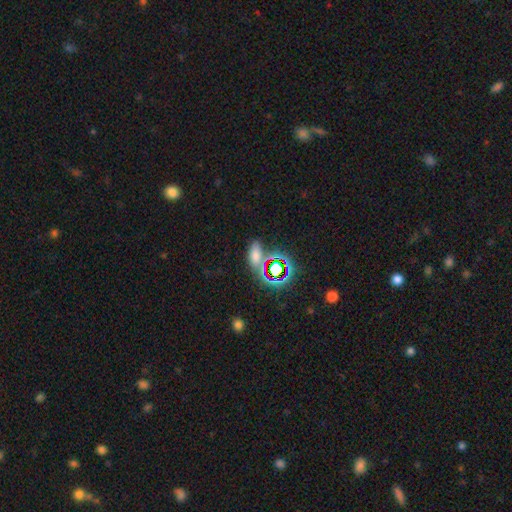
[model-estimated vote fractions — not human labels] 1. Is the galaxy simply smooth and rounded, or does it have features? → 54% smooth, 34% star or artifact, 11% featured or disk.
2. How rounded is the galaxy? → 80% in between, 11% round, 9% cigar-shaped.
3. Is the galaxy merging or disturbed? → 58% none, 17% minor disturbance, 15% merger, 10% major disturbance.